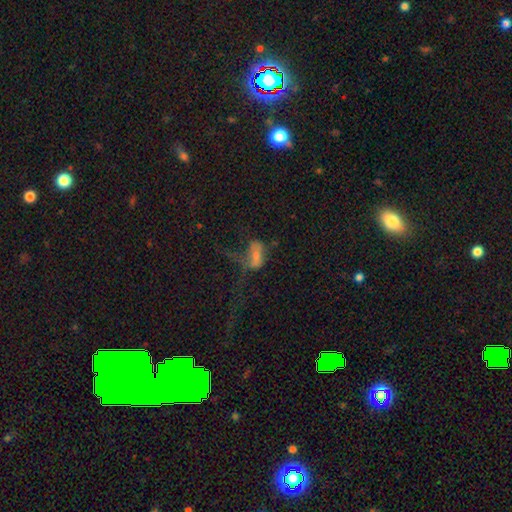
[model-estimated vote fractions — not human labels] A smooth galaxy with no disk features (53%) that is in between round and cigar-shaped (86%).

Vote fractions:
- Smooth or featured? smooth: 53% / featured or disk: 32% / star or artifact: 16%
- How rounded? in between: 86% / round: 8% / cigar-shaped: 6%
- Merging? major disturbance: 56% / none: 19% / minor disturbance: 15% / merger: 10%